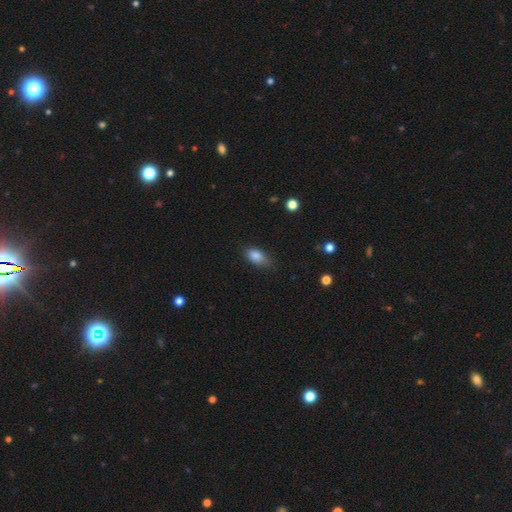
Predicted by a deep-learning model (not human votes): This appears to be a smooth galaxy with no disk features (85%) that is in between round and cigar-shaped (87%). Merging: none (70%).